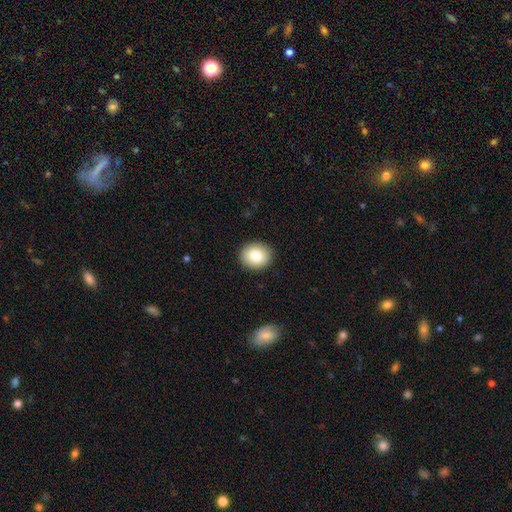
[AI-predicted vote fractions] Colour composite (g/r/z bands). It shows a smooth galaxy with no disk features (83%) that is round (69%). Merging: none (91%).